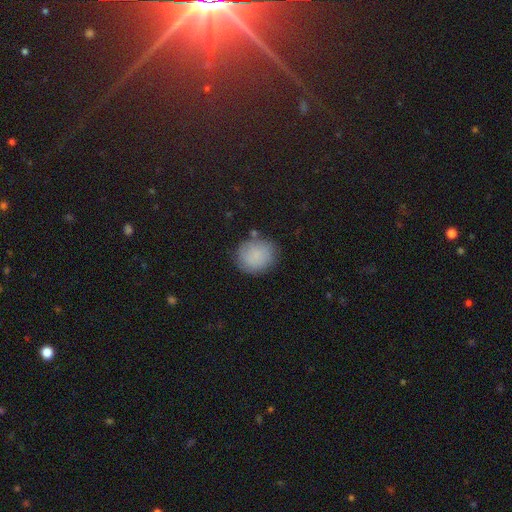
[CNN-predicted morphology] smooth_or_featured: smooth (p=0.82) [alt: featured or disk p=0.09]
how_rounded: round (p=0.78) [alt: in between p=0.21]
merging: none (p=0.78) [alt: minor disturbance p=0.15]